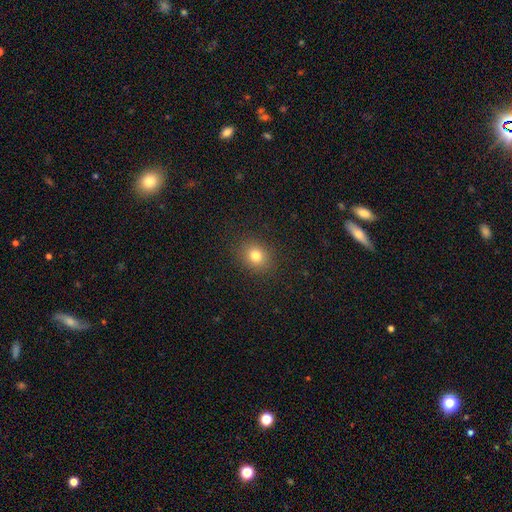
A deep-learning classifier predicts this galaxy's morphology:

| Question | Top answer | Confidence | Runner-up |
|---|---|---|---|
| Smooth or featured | smooth | 78% | star or artifact (13%) |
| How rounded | round | 64% | in between (35%) |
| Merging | none | 88% | minor disturbance (8%) |